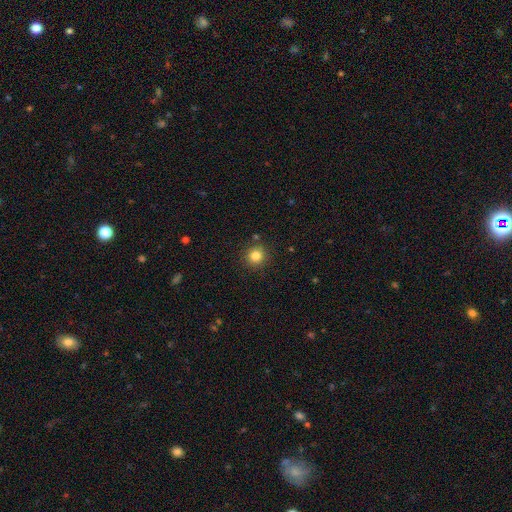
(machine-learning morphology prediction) Smooth or featured?
  - smooth: 83% *
  - star or artifact: 12%
  - featured or disk: 5%
How rounded?
  - round: 93% *
  - in between: 6%
  - cigar-shaped: 1%
Merging?
  - none: 88% *
  - minor disturbance: 7%
  - merger: 3%
  - major disturbance: 2%